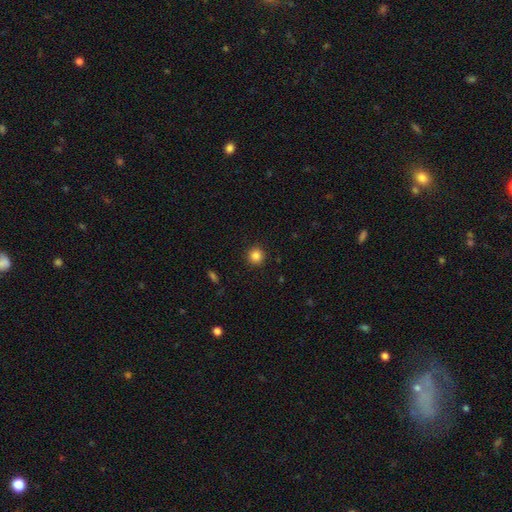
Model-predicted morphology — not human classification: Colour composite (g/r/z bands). It shows a smooth galaxy with no disk features (85%) that is round (94%). Merging: none (92%).